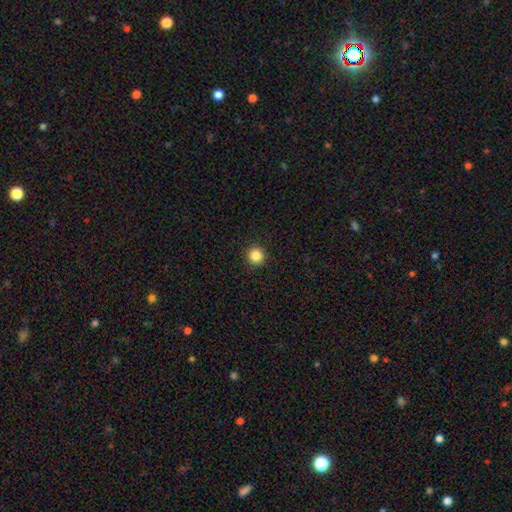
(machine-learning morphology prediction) type=smooth (86%); roundness=round (96%); merging=none (93%).